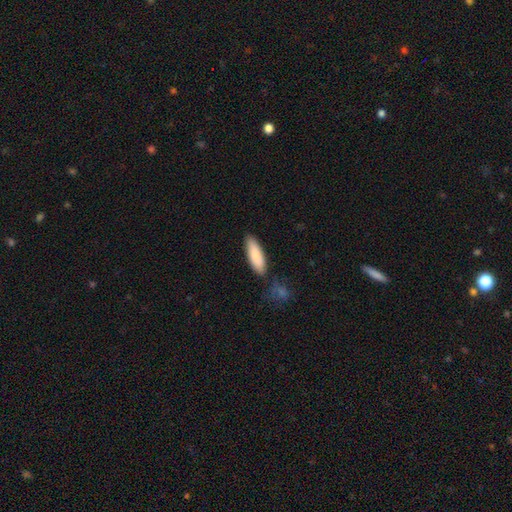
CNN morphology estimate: Smooth or featured? Predicted: smooth (p=0.86). How rounded? Predicted: in between (p=0.55). Merging? Predicted: none (p=0.81).